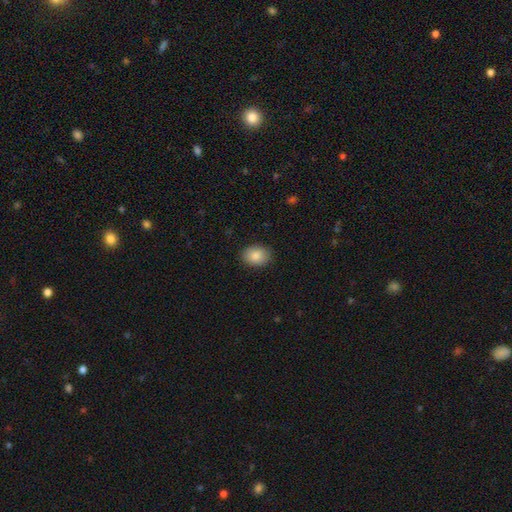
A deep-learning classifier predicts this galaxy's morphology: A smooth galaxy with no disk features (87%) that is in between round and cigar-shaped (66%).

Vote fractions:
- Smooth or featured? smooth: 87% / star or artifact: 7% / featured or disk: 5%
- How rounded? in between: 66% / round: 33% / cigar-shaped: 1%
- Merging? none: 86% / minor disturbance: 10% / major disturbance: 2% / merger: 1%